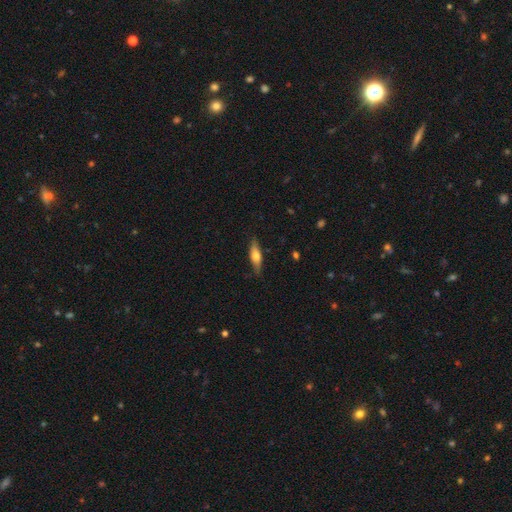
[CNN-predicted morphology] smooth_or_featured: smooth (p=0.59) [alt: featured or disk p=0.35]
how_rounded: cigar-shaped (p=0.57) [alt: in between p=0.41]
merging: none (p=0.81) [alt: minor disturbance p=0.15]